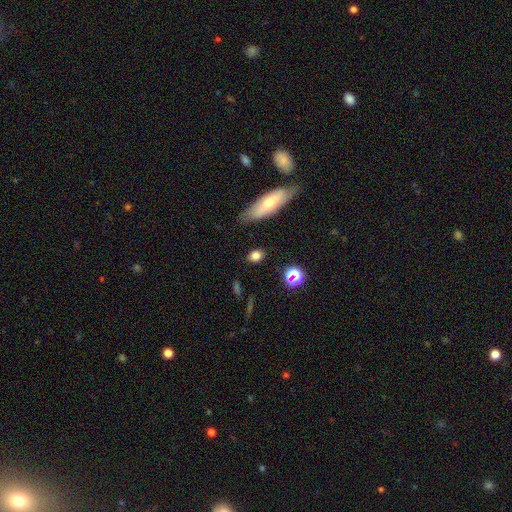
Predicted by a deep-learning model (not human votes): Smooth or featured? smooth (78%)
How rounded? in between (61%)
Merging? none (80%)